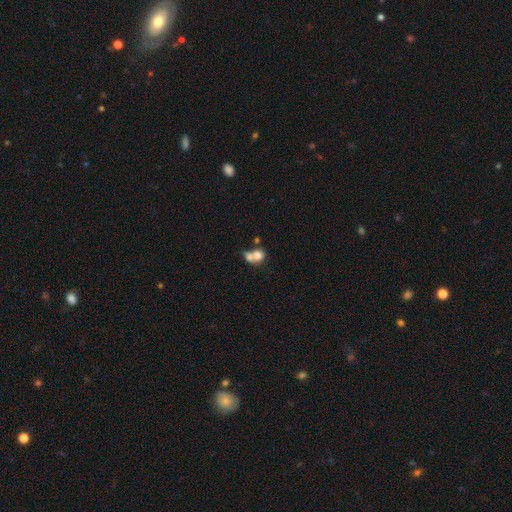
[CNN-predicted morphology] Smooth or featured? Predicted: smooth (p=0.71). How rounded? Predicted: round (p=0.61). Merging? Predicted: merger (p=0.65).